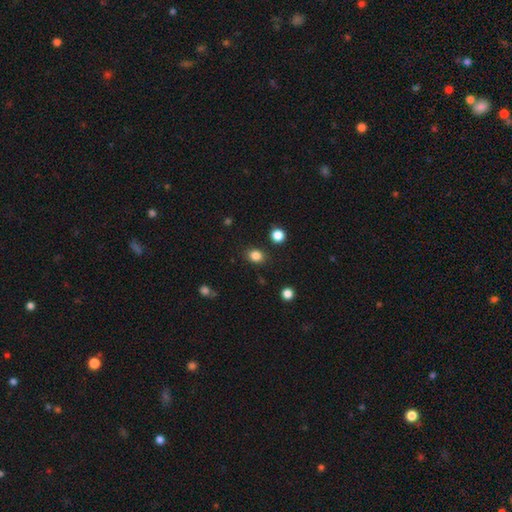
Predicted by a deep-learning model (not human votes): Smooth or featured: smooth — 84% (star or artifact — 12%)
How rounded: round — 61% (in between — 38%)
Merging: none — 86% (minor disturbance — 8%)